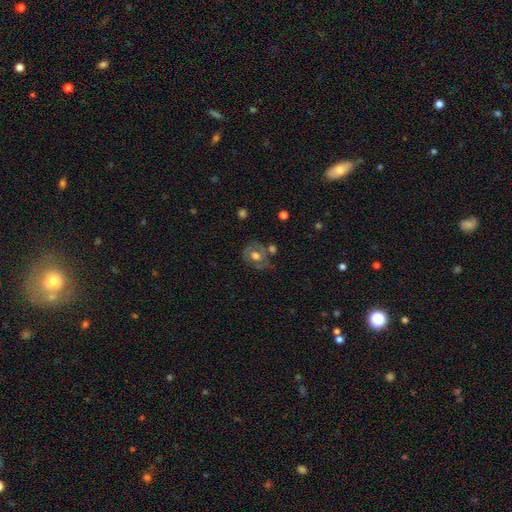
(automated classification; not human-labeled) featured or disk 56%, smooth 35%, star or artifact 9%. Down the decision tree: edge-on disk — no (96%); bar — no (69%); spiral arms — yes (60%); bulge size — moderate (58%); merging — none (51%).